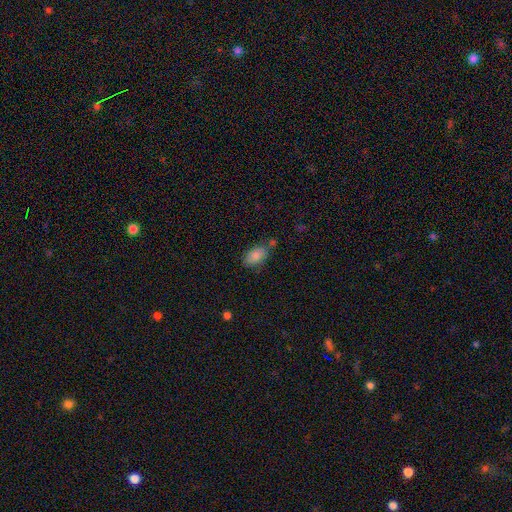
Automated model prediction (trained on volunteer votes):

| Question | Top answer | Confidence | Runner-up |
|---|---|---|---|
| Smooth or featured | smooth | 86% | star or artifact (8%) |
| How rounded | in between | 92% | round (6%) |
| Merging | none | 65% | minor disturbance (19%) |